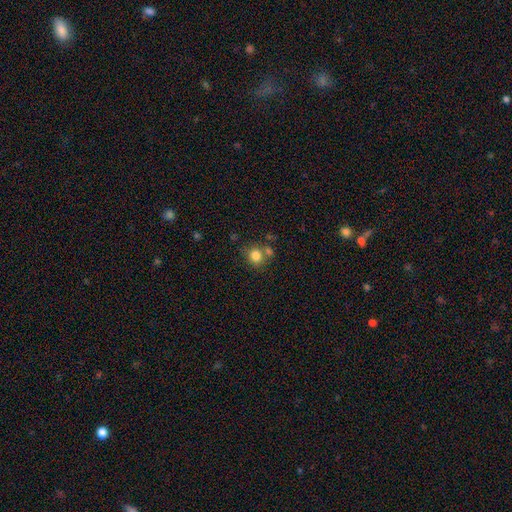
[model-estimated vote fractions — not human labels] Smooth or featured? Predicted: smooth (p=0.81). How rounded? Predicted: round (p=0.79). Merging? Predicted: none (p=0.61).